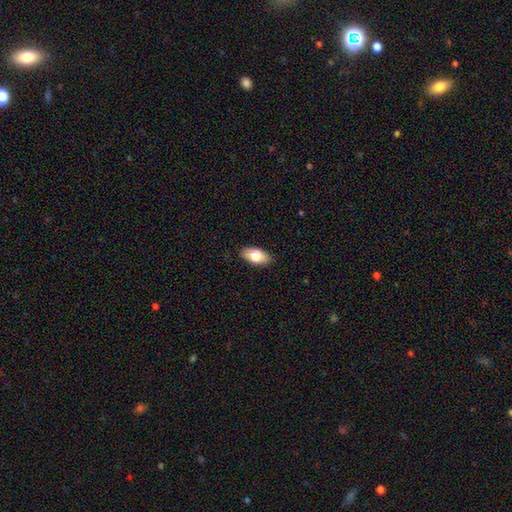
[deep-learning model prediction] This appears to be a smooth galaxy with no disk features (74%) that is in between round and cigar-shaped (92%). Merging: none (88%).